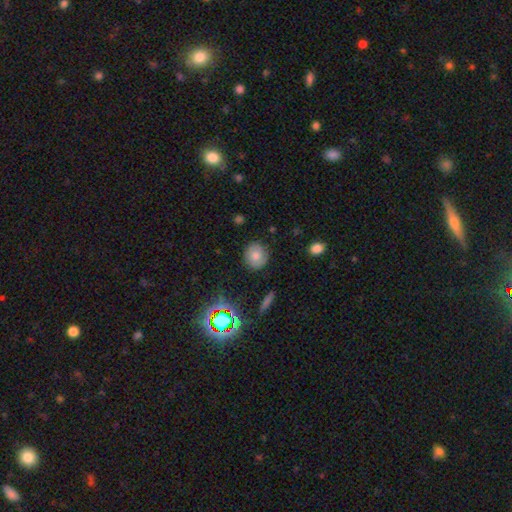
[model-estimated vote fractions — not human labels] Morphology: type=smooth (74%); roundness=round (80%); merging=none (84%).